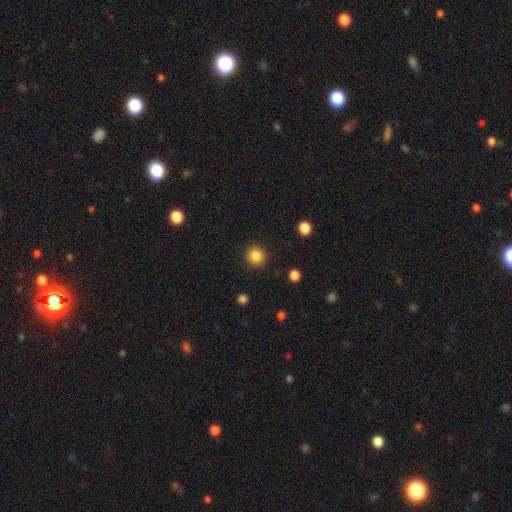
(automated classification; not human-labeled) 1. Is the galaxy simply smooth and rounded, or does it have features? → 86% smooth, 11% star or artifact, 4% featured or disk.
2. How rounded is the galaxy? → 94% round, 5% in between, 1% cigar-shaped.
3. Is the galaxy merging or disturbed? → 92% none, 5% minor disturbance, 2% major disturbance, 1% merger.